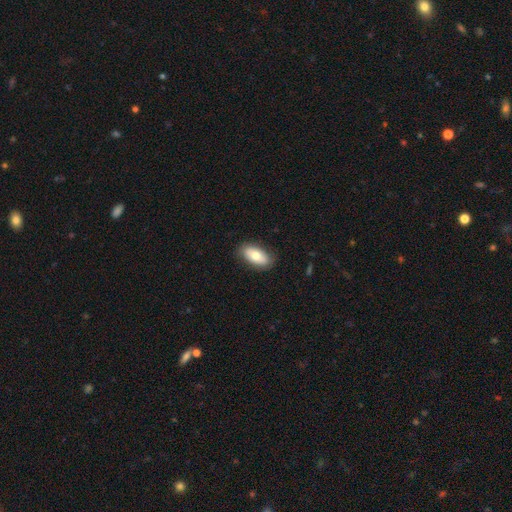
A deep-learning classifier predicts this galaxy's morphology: smooth_or_featured: smooth (p=0.73) [alt: featured or disk p=0.20]
how_rounded: in between (p=0.91) [alt: cigar-shaped p=0.05]
merging: none (p=0.85) [alt: minor disturbance p=0.12]